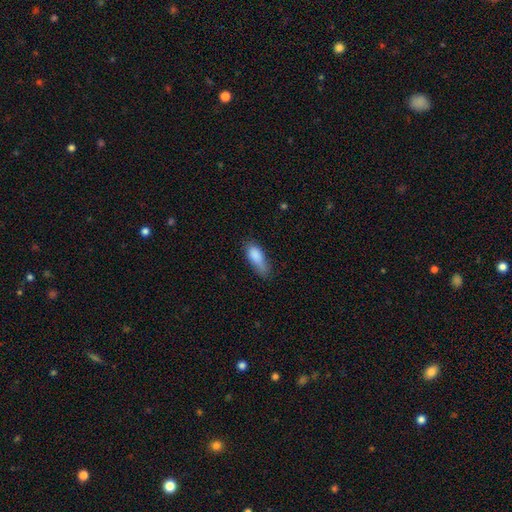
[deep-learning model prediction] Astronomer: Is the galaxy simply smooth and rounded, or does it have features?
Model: smooth — 85%.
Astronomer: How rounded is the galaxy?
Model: in between — 70%.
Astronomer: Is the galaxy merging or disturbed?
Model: none — 49% (runner-up: minor disturbance, 37%).